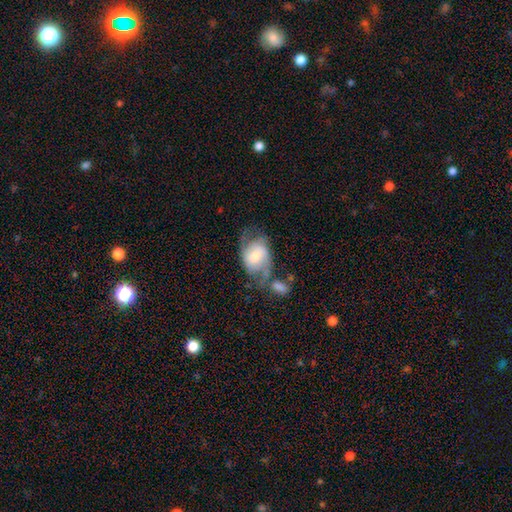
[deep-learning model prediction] Smooth or featured? featured or disk (56%)
Edge-on disk? no (96%)
Bar? no (46%)
Spiral arms? yes (84%)
Bulge size? moderate (50%)
Merging? none (38%)